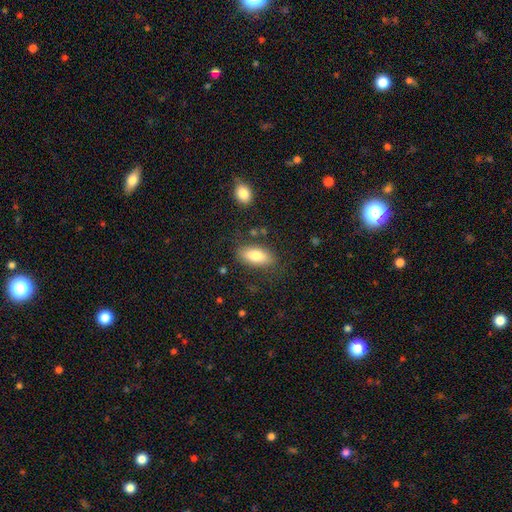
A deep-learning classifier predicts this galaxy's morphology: smooth-or-featured: smooth: 80% | featured or disk: 13% | star or artifact: 7%
  how-rounded: in between: 89% | cigar-shaped: 8% | round: 3%
  merging: none: 79% | minor disturbance: 13% | major disturbance: 4% | merger: 3%